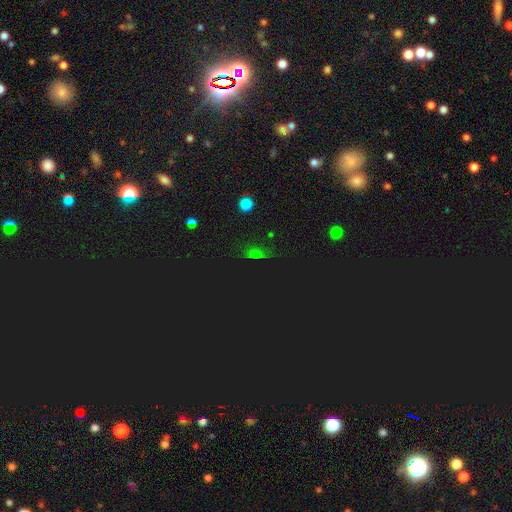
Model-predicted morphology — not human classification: star or artifact 52%, smooth 37%, featured or disk 11%.